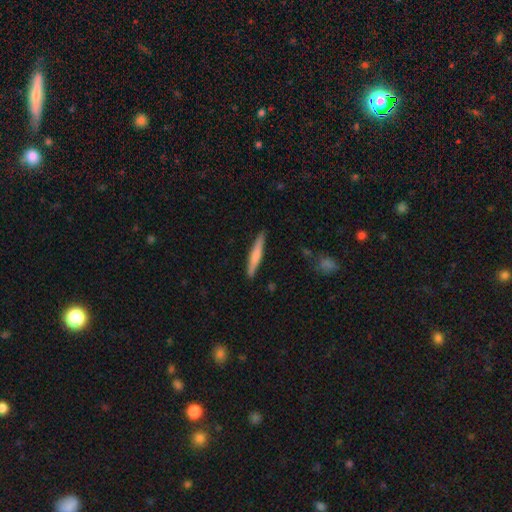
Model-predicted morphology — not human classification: A smooth galaxy with no disk features (65%) that is cigar-shaped (94%).

Vote fractions:
- Smooth or featured? smooth: 65% / featured or disk: 30% / star or artifact: 5%
- How rounded? cigar-shaped: 94% / in between: 4% / round: 1%
- Merging? none: 88% / minor disturbance: 9% / major disturbance: 2% / merger: 1%